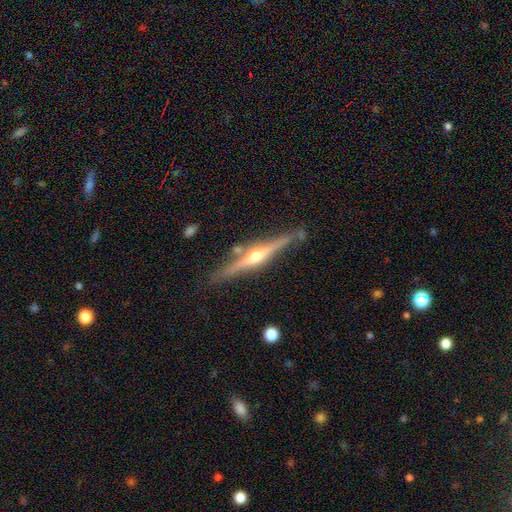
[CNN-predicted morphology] The model was most divided on "smooth or featured": featured or disk: 81%, smooth: 14%, star or artifact: 5%. More confident: edge-on disk — yes (98%); edge-on bulge — rounded (93%); merging — none (82%).